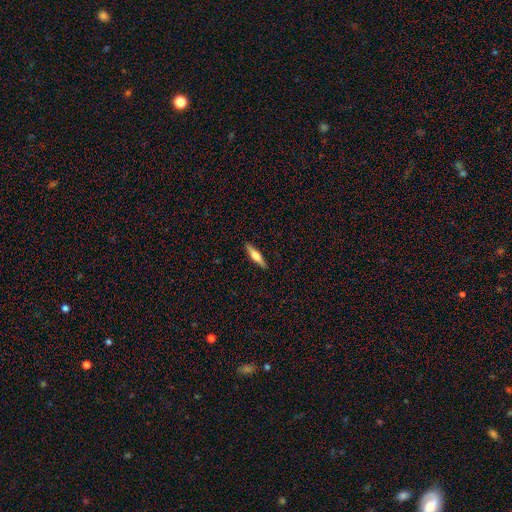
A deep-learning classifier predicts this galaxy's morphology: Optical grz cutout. It shows a featured or disk galaxy (51%) viewed edge-on (96%). Merging: none (91%).